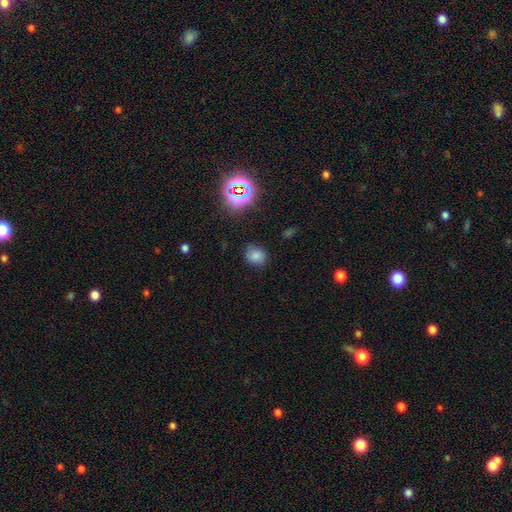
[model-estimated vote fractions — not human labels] A smooth galaxy with no disk features (76%) that is round (69%). Merging: none (81%).